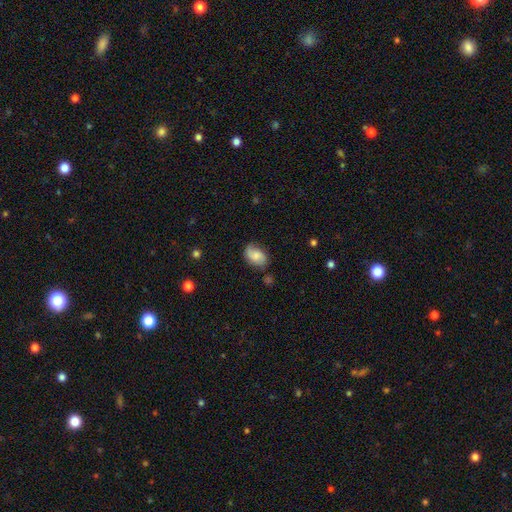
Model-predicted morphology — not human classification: The model was most divided on "smooth or featured": smooth: 64%, featured or disk: 28%, star or artifact: 8%. More confident: how rounded — in between (88%); merging — none (67%).